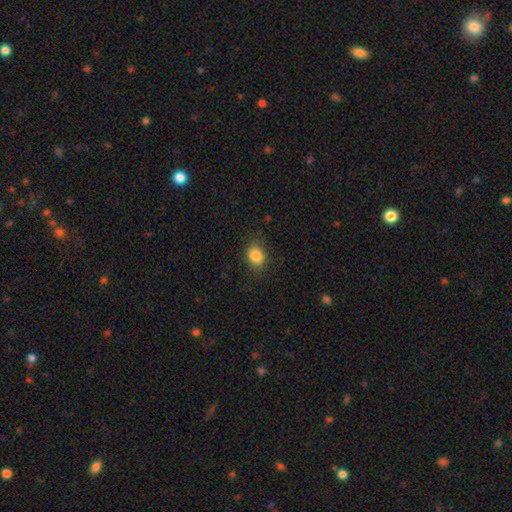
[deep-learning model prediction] This appears to be a smooth galaxy with no disk features (85%) that is round (53%). Merging: none (82%).